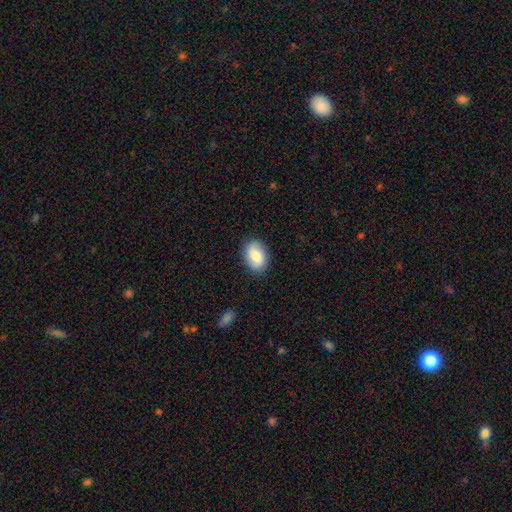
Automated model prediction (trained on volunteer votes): smooth_or_featured: smooth (p=0.61) [alt: featured or disk p=0.31]
how_rounded: in between (p=0.80) [alt: round p=0.18]
merging: none (p=0.85) [alt: minor disturbance p=0.11]